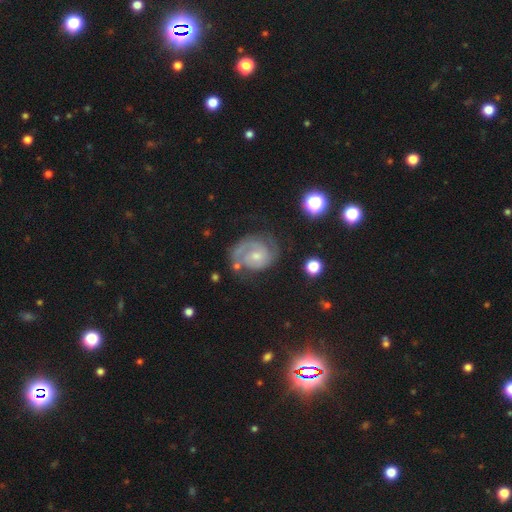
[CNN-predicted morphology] Q: Smooth or featured?
A: featured or disk (85%); runner-up: smooth (9%)
Q: Edge-on disk?
A: no (98%); runner-up: yes (2%)
Q: Bar?
A: no (57%); runner-up: weak (37%)
Q: Spiral arms?
A: yes (96%); runner-up: no (4%)
Q: Spiral winding?
A: tight (53%); runner-up: medium (38%)
Q: Spiral arm count?
A: 2 (67%); runner-up: can't tell (11%)
Q: Bulge size?
A: small (50%); runner-up: moderate (42%)
Q: Merging?
A: none (65%); runner-up: minor disturbance (20%)